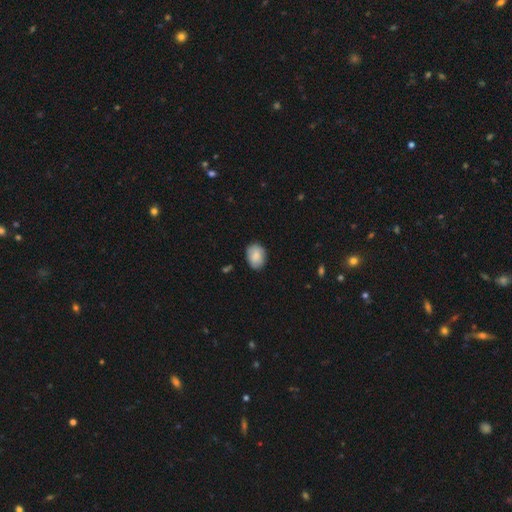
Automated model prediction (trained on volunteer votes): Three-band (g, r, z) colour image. It shows a smooth galaxy with no disk features (85%) that is in between round and cigar-shaped (74%). Merging: none (83%).